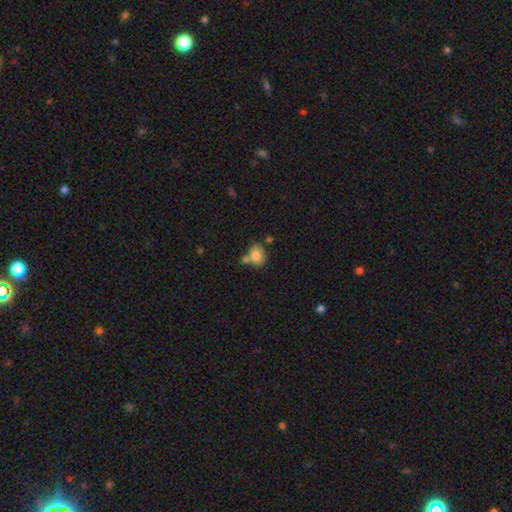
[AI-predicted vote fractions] Smooth or featured?
  - smooth: 79% *
  - featured or disk: 12%
  - star or artifact: 9%
How rounded?
  - in between: 62% *
  - round: 37%
  - cigar-shaped: 1%
Merging?
  - none: 49% *
  - merger: 30%
  - minor disturbance: 16%
  - major disturbance: 5%